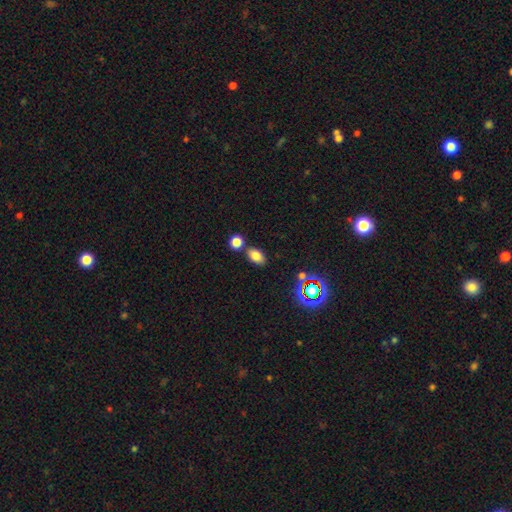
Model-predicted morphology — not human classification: smooth-or-featured: smooth: 78% | star or artifact: 14% | featured or disk: 8%
  how-rounded: in between: 85% | round: 13% | cigar-shaped: 2%
  merging: none: 72% | merger: 14% | minor disturbance: 11% | major disturbance: 3%